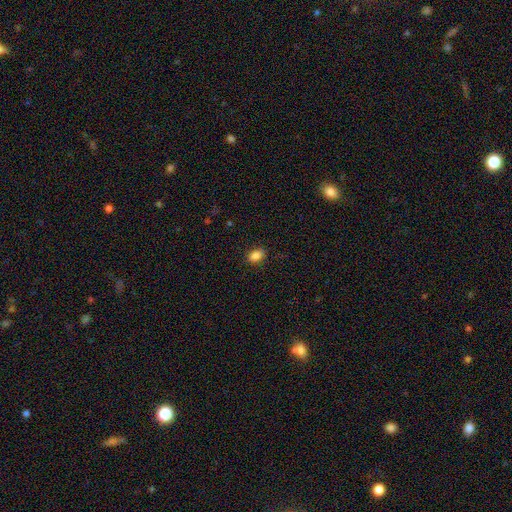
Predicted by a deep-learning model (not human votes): A smooth galaxy with no disk features (86%) that is in between round and cigar-shaped (79%). Merging: none (86%).